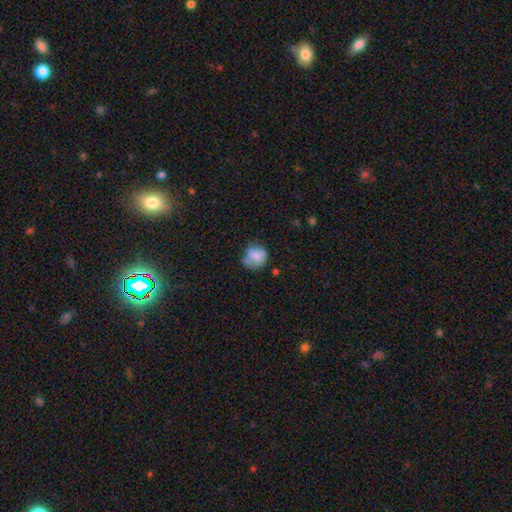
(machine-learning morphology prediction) Smooth or featured? smooth (73%)
How rounded? round (74%)
Merging? none (48%)